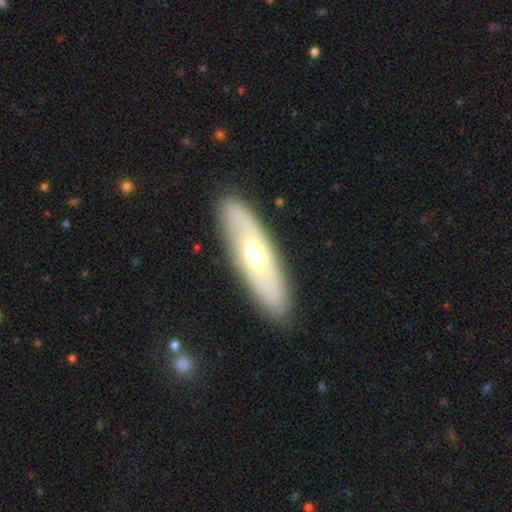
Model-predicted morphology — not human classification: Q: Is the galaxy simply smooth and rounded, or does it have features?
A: featured or disk — 53%.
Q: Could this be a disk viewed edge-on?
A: no — 64%.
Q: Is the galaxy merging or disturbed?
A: none — 88%.